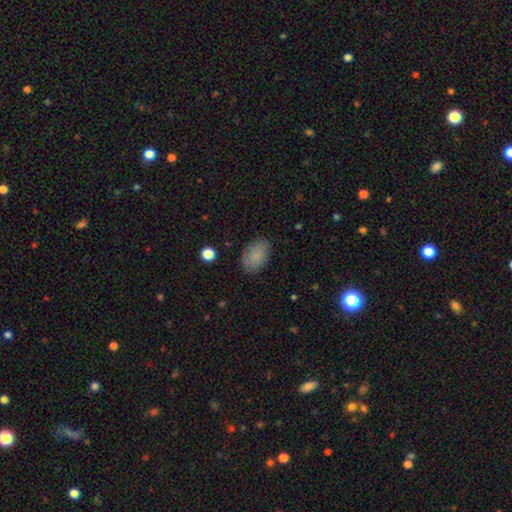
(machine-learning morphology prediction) Q: Smooth or featured?
A: smooth (81%); runner-up: featured or disk (12%)
Q: How rounded?
A: in between (88%); runner-up: round (10%)
Q: Merging?
A: none (83%); runner-up: minor disturbance (13%)